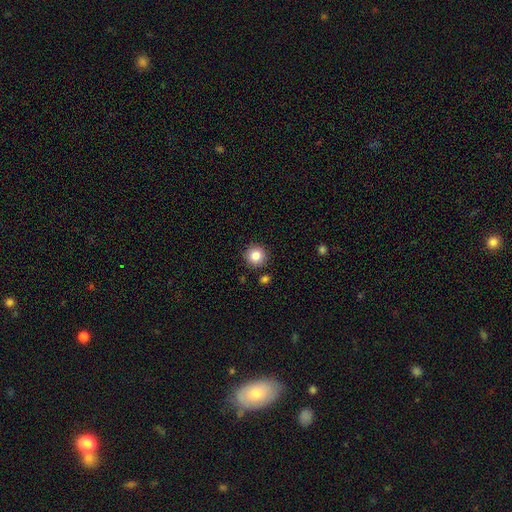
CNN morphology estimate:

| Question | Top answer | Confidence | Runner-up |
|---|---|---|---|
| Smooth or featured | smooth | 84% | star or artifact (10%) |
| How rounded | round | 94% | in between (5%) |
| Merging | none | 88% | minor disturbance (7%) |